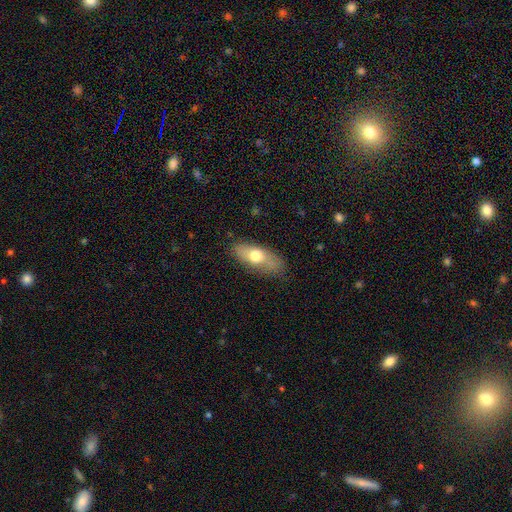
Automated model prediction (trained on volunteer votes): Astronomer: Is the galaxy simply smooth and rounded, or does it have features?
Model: smooth — 65%.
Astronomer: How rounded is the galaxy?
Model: in between — 74%.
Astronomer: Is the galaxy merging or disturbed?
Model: none — 75%.